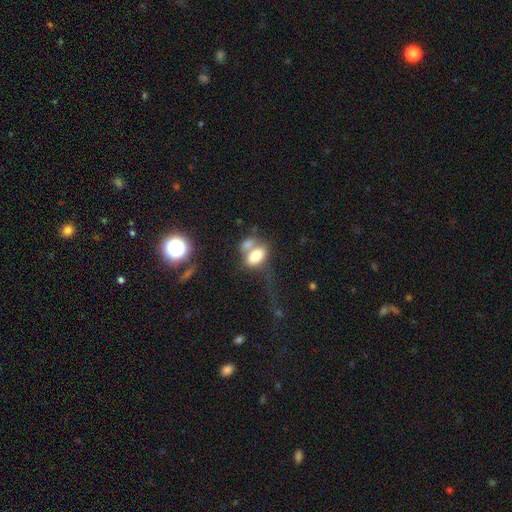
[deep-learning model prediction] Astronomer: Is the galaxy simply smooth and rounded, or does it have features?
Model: smooth — 73%.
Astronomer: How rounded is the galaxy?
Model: in between — 88%.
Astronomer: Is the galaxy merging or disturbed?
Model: merger — 50%.